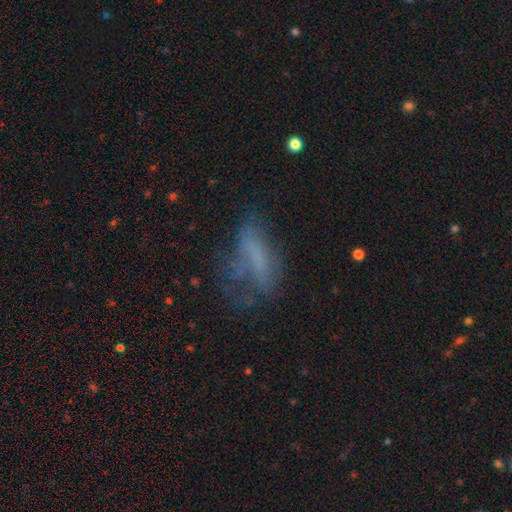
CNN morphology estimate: A smooth galaxy with no disk features (45%).

Vote fractions:
- Smooth or featured? smooth: 45% / featured or disk: 37% / star or artifact: 18%
- Merging? none: 36% (tied) / major disturbance: 36% (tied) / minor disturbance: 25% / merger: 4%